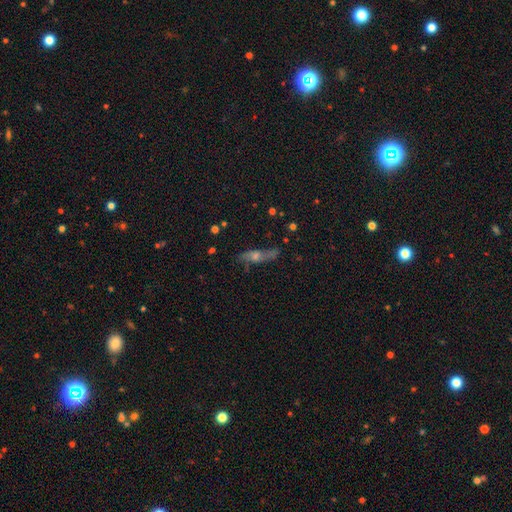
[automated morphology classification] featured or disk 57%, smooth 30%, star or artifact 12%. Down the decision tree: edge-on disk — yes (57%); merging — none (71%).